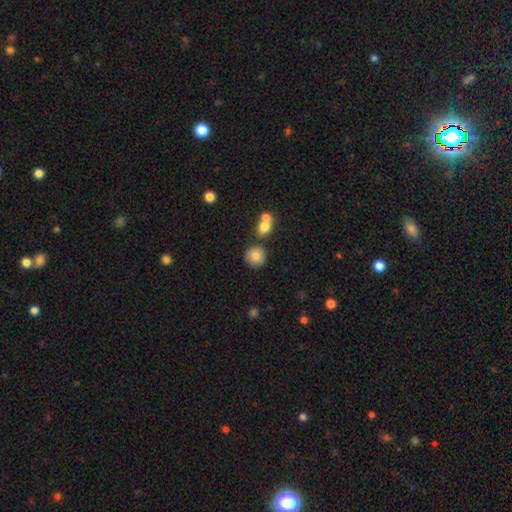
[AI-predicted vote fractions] This appears to be a smooth galaxy with no disk features (81%) that is round (91%). Merging: none (73%).